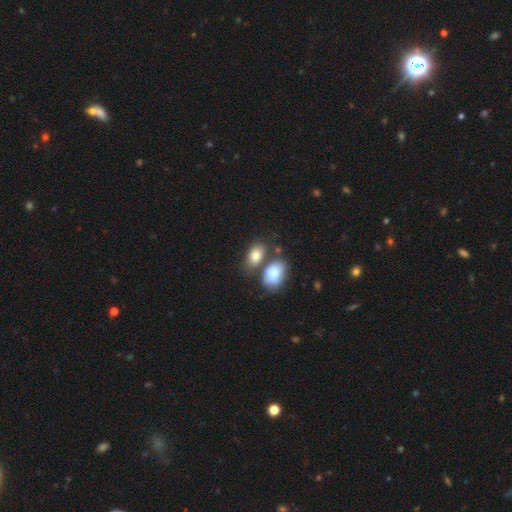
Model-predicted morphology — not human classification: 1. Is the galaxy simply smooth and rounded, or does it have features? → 81% smooth, 11% featured or disk, 8% star or artifact.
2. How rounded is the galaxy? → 86% in between, 12% round, 2% cigar-shaped.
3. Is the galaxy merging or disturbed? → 51% none, 29% merger, 15% minor disturbance, 5% major disturbance.